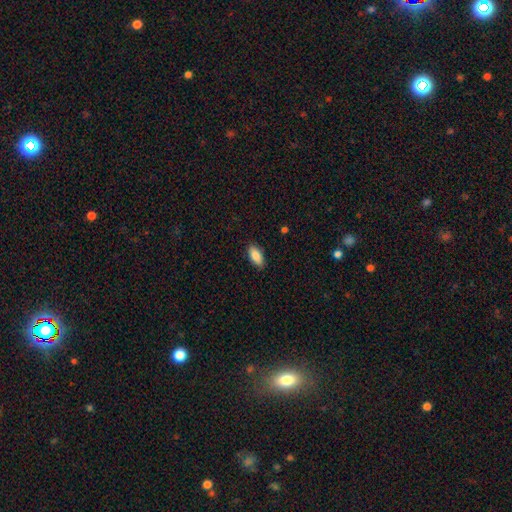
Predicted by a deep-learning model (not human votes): Morphology: type=smooth (87%); roundness=in between (89%); merging=none (87%).